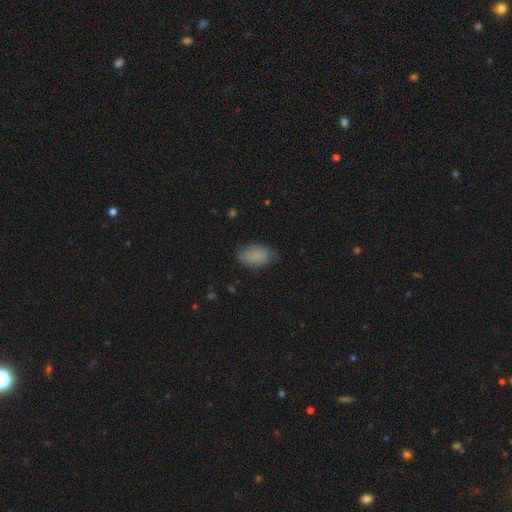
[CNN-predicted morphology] Smooth or featured? smooth (78%)
How rounded? in between (91%)
Merging? none (69%)